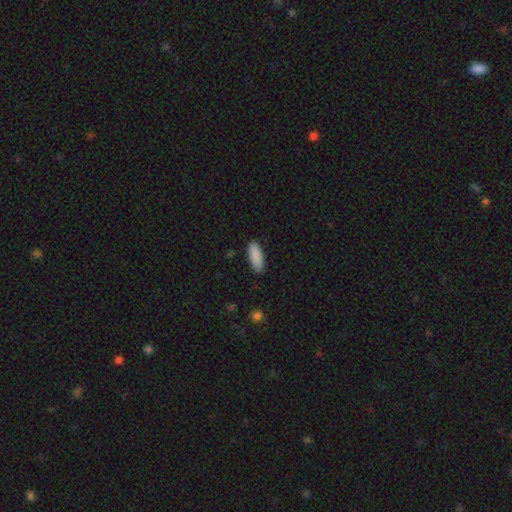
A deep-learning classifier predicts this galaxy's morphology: A smooth galaxy with no disk features (90%) that is in between round and cigar-shaped (70%).

Vote fractions:
- Smooth or featured? smooth: 90% / star or artifact: 6% / featured or disk: 4%
- How rounded? in between: 70% / cigar-shaped: 28% / round: 2%
- Merging? none: 88% / minor disturbance: 9% / major disturbance: 2% / merger: 1%